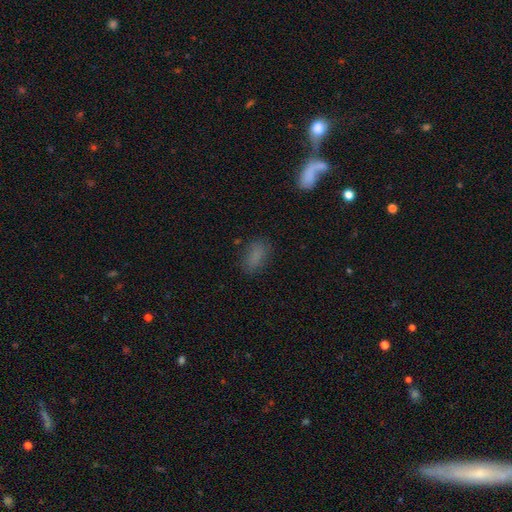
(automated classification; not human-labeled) Smooth or featured: smooth — 79% (star or artifact — 13%)
How rounded: in between — 88% (round — 7%)
Merging: none — 76% (minor disturbance — 16%)